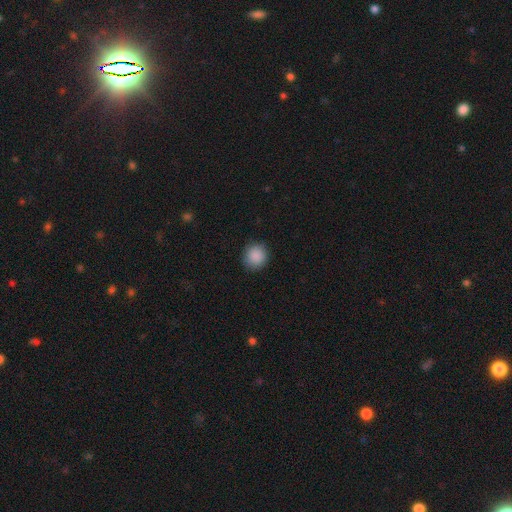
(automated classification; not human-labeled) Smooth or featured? smooth (89%)
How rounded? round (90%)
Merging? none (89%)